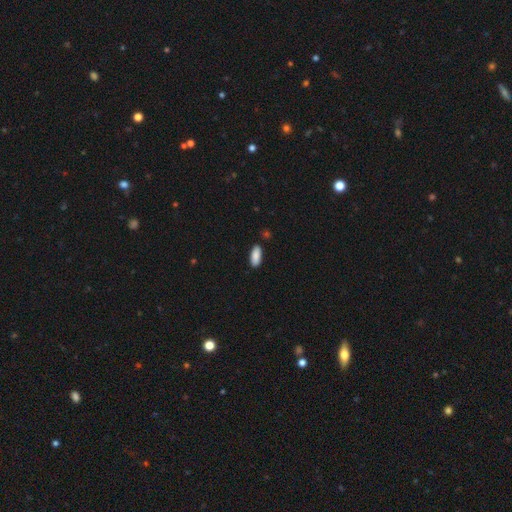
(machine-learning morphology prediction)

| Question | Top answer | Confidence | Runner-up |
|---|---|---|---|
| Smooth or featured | smooth | 89% | star or artifact (6%) |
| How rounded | in between | 81% | cigar-shaped (17%) |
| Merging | none | 87% | minor disturbance (10%) |